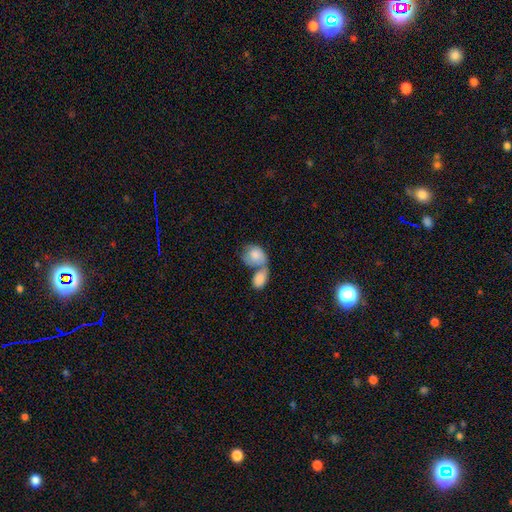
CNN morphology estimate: The model was most divided on "how rounded": in between: 57%, round: 42%, cigar-shaped: 1%. More confident: smooth or featured — smooth (76%); merging — merger (70%).